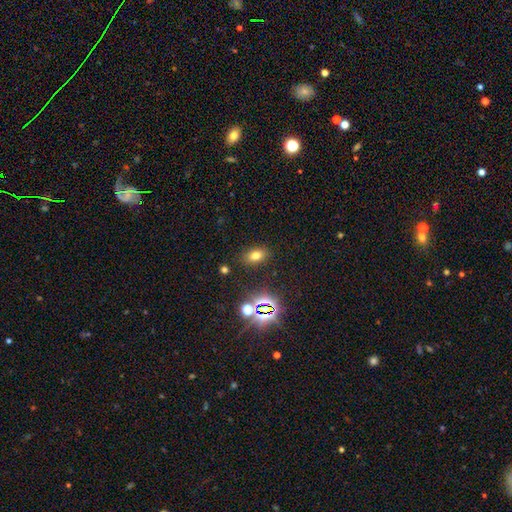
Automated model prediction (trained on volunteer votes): This appears to be a smooth galaxy with no disk features (67%) that is in between round and cigar-shaped (81%). Merging: none (85%).